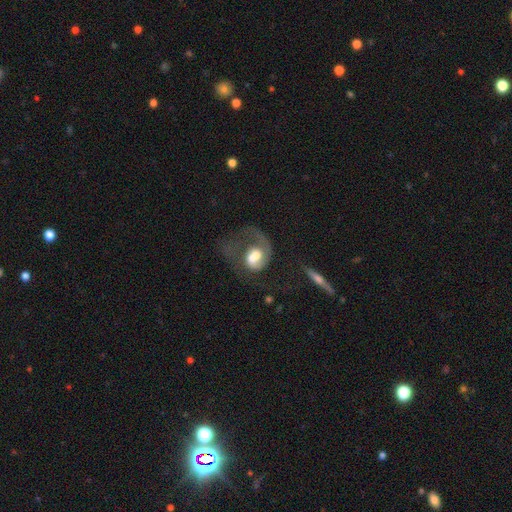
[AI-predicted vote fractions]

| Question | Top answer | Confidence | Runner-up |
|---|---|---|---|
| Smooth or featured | featured or disk | 70% | smooth (24%) |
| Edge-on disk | no | 97% | yes (3%) |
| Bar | no | 59% | weak (33%) |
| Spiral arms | yes | 85% | no (15%) |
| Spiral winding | loose | 43% | medium (37%) |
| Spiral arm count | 1 | 77% | 2 (13%) |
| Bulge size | moderate | 48% | large (34%) |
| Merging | major disturbance | 51% | none (25%) |